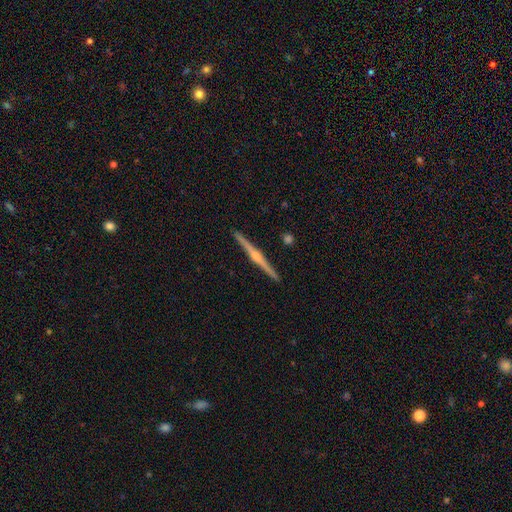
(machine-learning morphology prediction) featured or disk 80%, smooth 14%, star or artifact 6%. Down the decision tree: edge-on disk — yes (98%); edge-on bulge — rounded (83%); merging — none (91%).